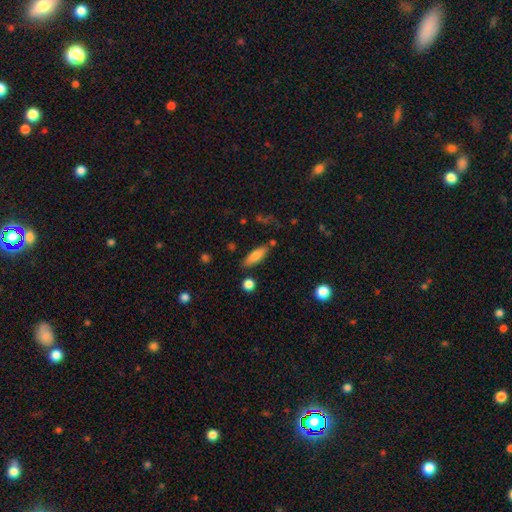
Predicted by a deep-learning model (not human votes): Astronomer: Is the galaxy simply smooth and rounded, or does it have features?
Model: smooth — 79%.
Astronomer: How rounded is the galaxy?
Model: in between — 56% (runner-up: cigar-shaped, 41%).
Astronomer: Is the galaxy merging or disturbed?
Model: none — 78%.